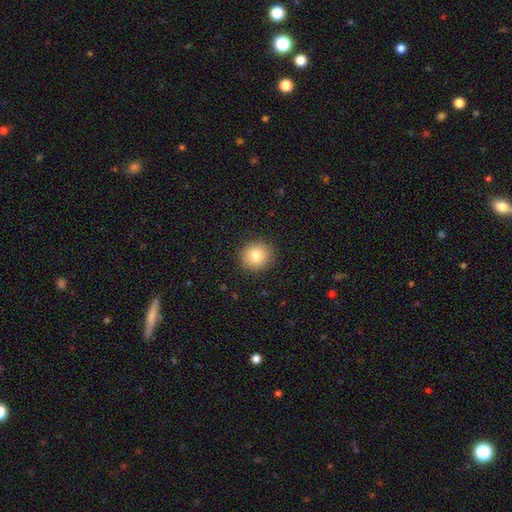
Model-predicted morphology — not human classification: type=smooth (81%); roundness=round (90%); merging=none (91%).